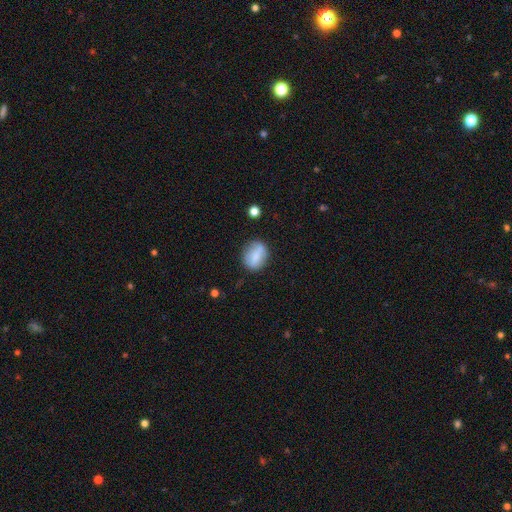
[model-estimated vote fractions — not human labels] Smooth or featured: smooth — 69% (featured or disk — 23%)
How rounded: in between — 62% (round — 36%)
Merging: none — 74% (minor disturbance — 19%)